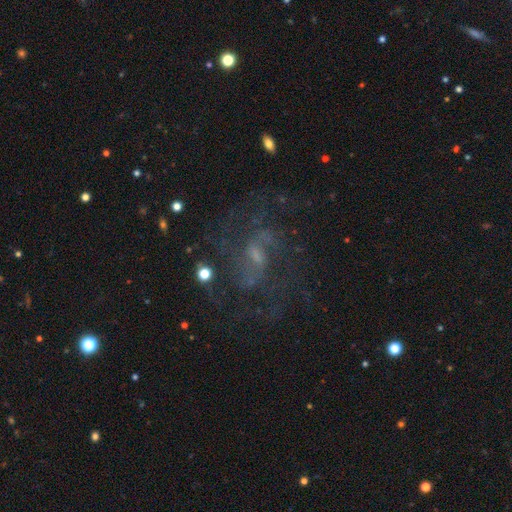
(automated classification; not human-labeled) Smooth or featured? featured or disk (79%)
Edge-on disk? no (97%)
Bar? weak (55%)
Spiral arms? yes (89%)
Spiral winding? medium (49%)
Spiral arm count? 2 (43%)
Bulge size? small (55%)
Merging? none (65%)